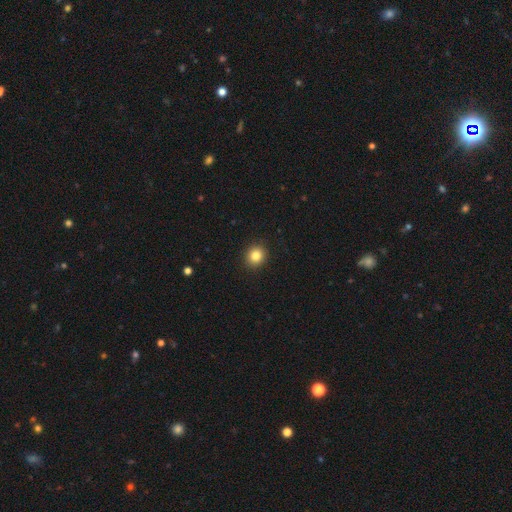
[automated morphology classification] Smooth or featured? smooth (84%)
How rounded? round (85%)
Merging? none (92%)